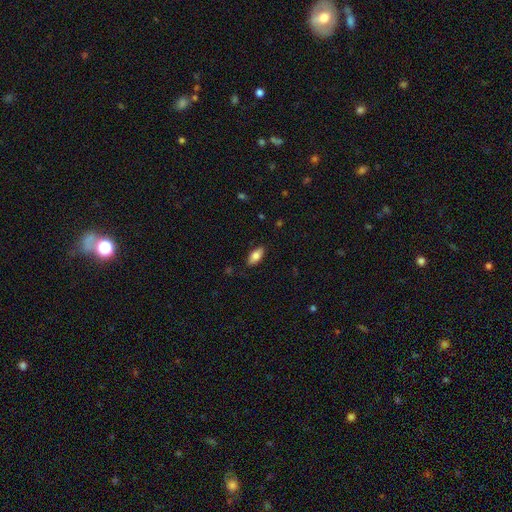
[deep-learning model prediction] Smooth or featured?
  - smooth: 76% *
  - featured or disk: 17%
  - star or artifact: 7%
How rounded?
  - in between: 87% *
  - cigar-shaped: 10%
  - round: 3%
Merging?
  - none: 85% *
  - minor disturbance: 12%
  - major disturbance: 2%
  - merger: 1%